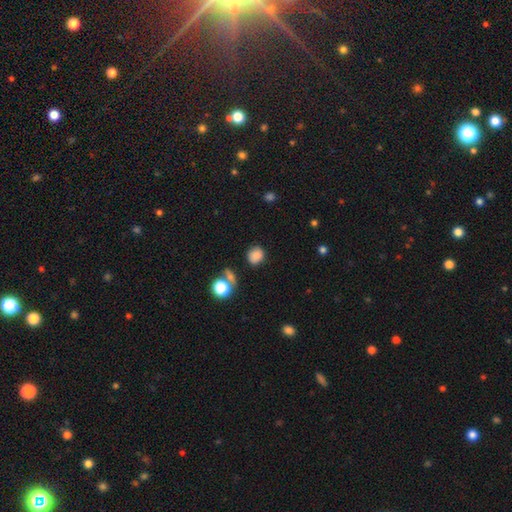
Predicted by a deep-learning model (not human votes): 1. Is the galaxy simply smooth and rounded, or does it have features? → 83% smooth, 12% star or artifact, 5% featured or disk.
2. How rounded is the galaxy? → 73% round, 26% in between, 1% cigar-shaped.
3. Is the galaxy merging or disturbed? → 76% none, 13% minor disturbance, 6% merger, 4% major disturbance.